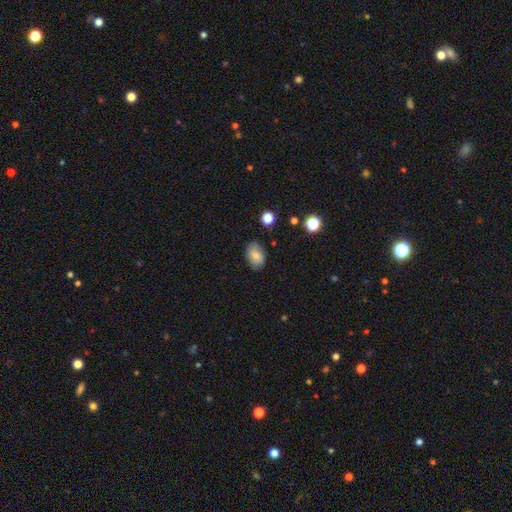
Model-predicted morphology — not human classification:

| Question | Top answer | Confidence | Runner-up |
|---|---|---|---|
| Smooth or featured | smooth | 80% | featured or disk (11%) |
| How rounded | in between | 86% | round (13%) |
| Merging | none | 80% | minor disturbance (15%) |